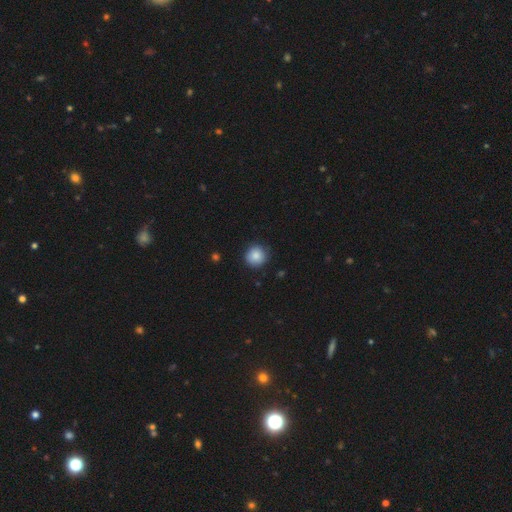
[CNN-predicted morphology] smooth-or-featured: smooth: 85% | star or artifact: 9% | featured or disk: 6%
  how-rounded: round: 92% | in between: 7% | cigar-shaped: 1%
  merging: none: 86% | minor disturbance: 11% | major disturbance: 2% | merger: 1%